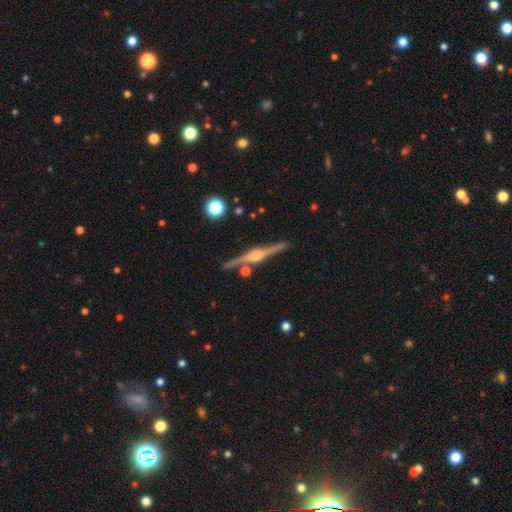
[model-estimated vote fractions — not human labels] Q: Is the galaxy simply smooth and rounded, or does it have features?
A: featured or disk — 87%.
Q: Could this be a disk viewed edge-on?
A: yes — 98%.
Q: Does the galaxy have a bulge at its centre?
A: rounded — 89%.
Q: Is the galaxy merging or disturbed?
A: none — 87%.